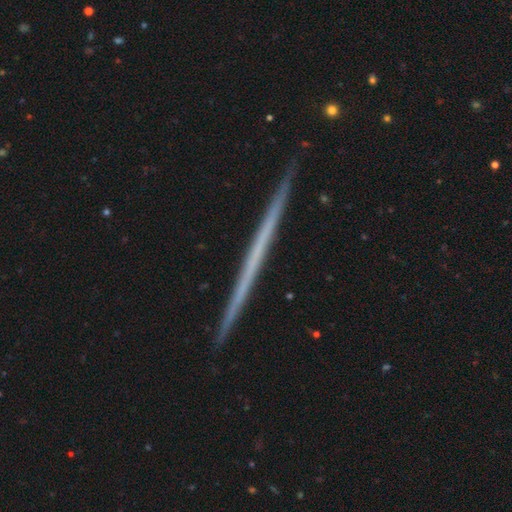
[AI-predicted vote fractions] A featured or disk galaxy (64%) viewed edge-on (98%) with no central bulge (94%).

Vote fractions:
- Smooth or featured? featured or disk: 64% / smooth: 29% / star or artifact: 7%
- Edge-on disk? yes: 98% / no: 2%
- Edge-on bulge? none: 94% / rounded: 4% / boxy: 2%
- Merging? none: 92% / minor disturbance: 5% / major disturbance: 1% / merger: 1%